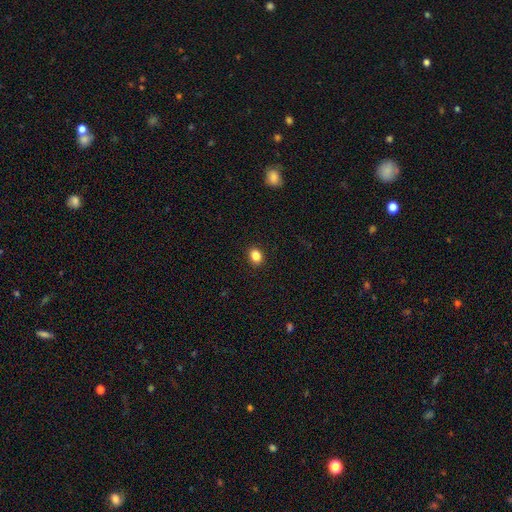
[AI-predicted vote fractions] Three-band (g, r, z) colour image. It shows a smooth galaxy with no disk features (86%) that is in between round and cigar-shaped (55%). Merging: none (90%).